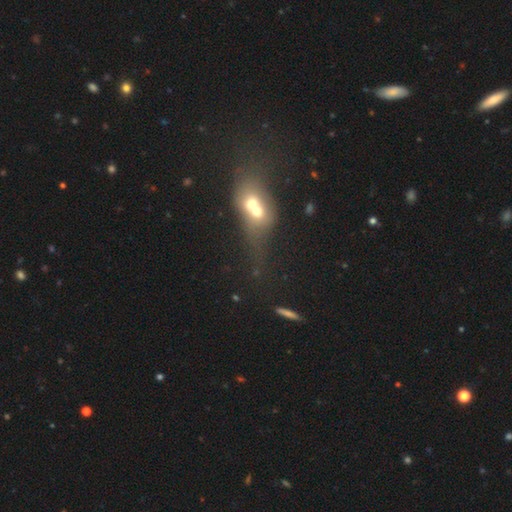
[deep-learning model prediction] The model was most divided on "smooth or featured": smooth: 38%, featured or disk: 31%, star or artifact: 31%. Remaining: merging — none (46%).